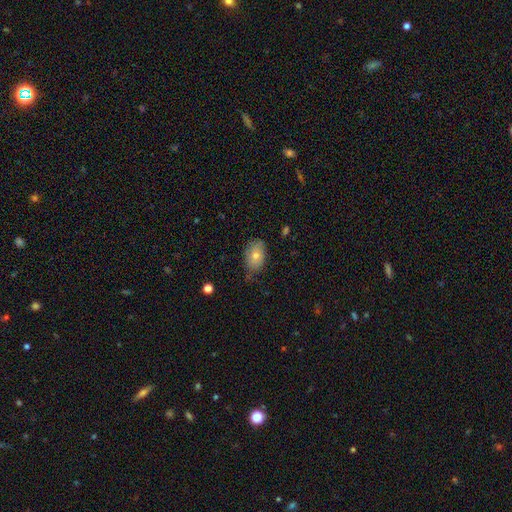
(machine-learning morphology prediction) smooth-or-featured: smooth: 68% | featured or disk: 23% | star or artifact: 9%
  how-rounded: in between: 85% | round: 13% | cigar-shaped: 2%
  merging: none: 62% | minor disturbance: 31% | major disturbance: 6% | merger: 2%